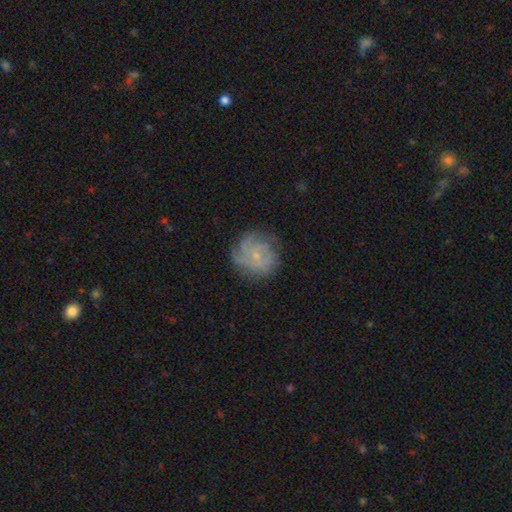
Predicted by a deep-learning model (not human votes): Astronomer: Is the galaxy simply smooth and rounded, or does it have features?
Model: featured or disk — 73%.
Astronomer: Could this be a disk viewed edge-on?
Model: no — 98%.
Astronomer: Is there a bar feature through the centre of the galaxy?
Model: no — 76%.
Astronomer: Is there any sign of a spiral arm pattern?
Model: yes — 92%.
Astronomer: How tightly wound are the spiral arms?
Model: tight — 55% (runner-up: medium, 34%).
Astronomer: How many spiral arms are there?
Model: can't tell — 29% (runner-up: 3, 25%).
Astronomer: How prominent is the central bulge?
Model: small — 76%.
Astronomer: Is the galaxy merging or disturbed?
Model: none — 74%.